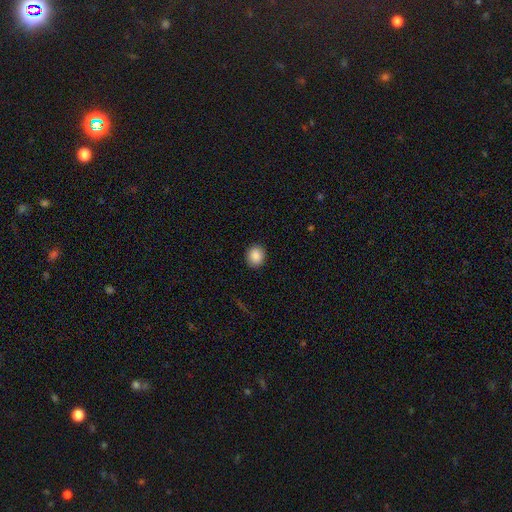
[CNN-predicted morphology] smooth_or_featured: smooth (p=0.88) [alt: star or artifact p=0.08]
how_rounded: round (p=0.76) [alt: in between p=0.23]
merging: none (p=0.91) [alt: minor disturbance p=0.06]